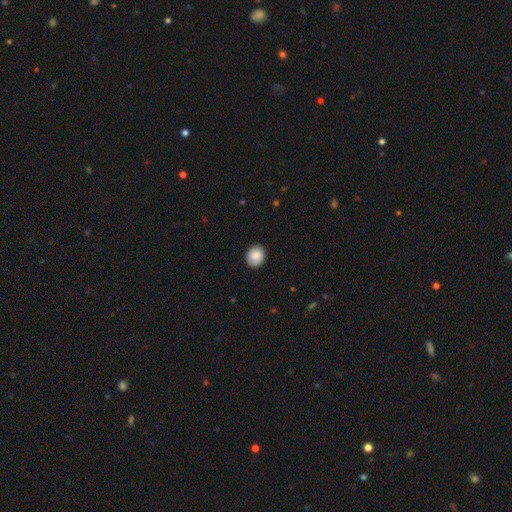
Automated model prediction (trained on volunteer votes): Q: Smooth or featured?
A: smooth (86%); runner-up: star or artifact (7%)
Q: How rounded?
A: round (70%); runner-up: in between (29%)
Q: Merging?
A: none (88%); runner-up: minor disturbance (9%)